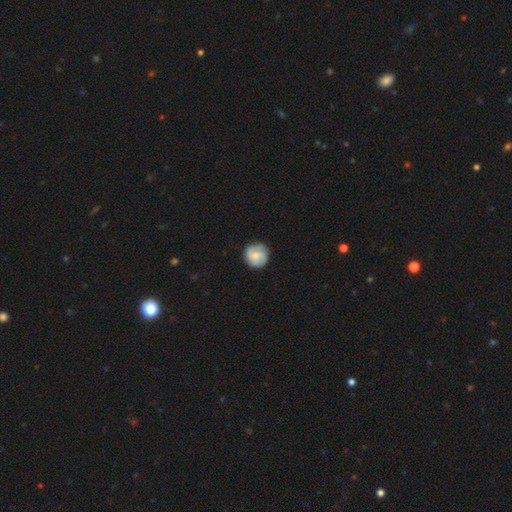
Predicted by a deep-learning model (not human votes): This is possibly a smooth galaxy (48%). Merging: clearly none (85%).